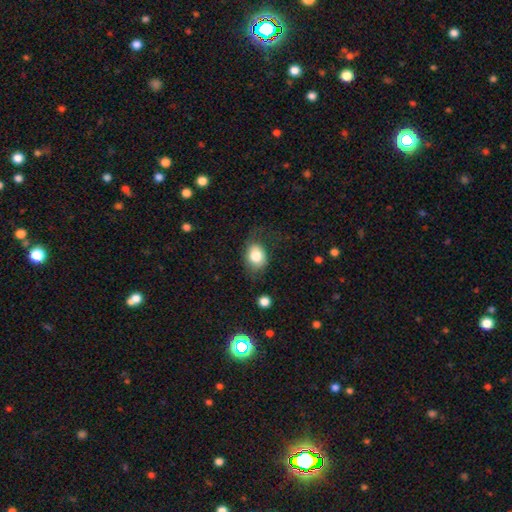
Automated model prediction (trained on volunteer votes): Smooth or featured: smooth — 79% (featured or disk — 13%)
How rounded: in between — 55% (round — 44%)
Merging: none — 55% (minor disturbance — 24%)